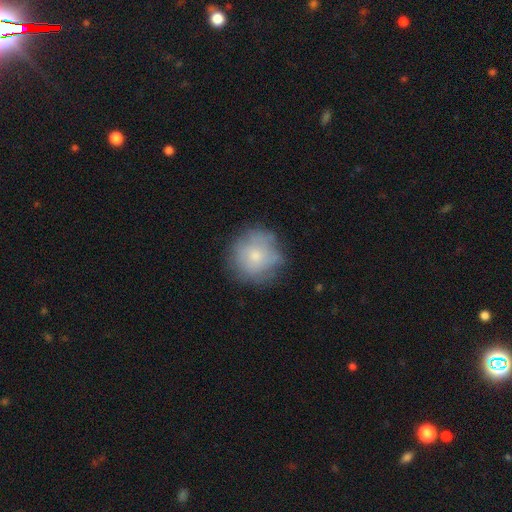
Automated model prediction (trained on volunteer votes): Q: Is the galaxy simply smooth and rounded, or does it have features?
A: smooth — 67%.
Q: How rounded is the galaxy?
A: round — 91%.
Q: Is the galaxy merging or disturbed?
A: none — 69%.